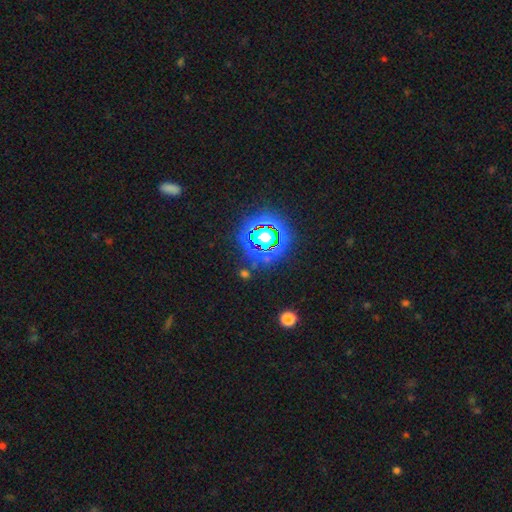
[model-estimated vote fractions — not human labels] Smooth or featured: star or artifact — 82% (smooth — 12%)